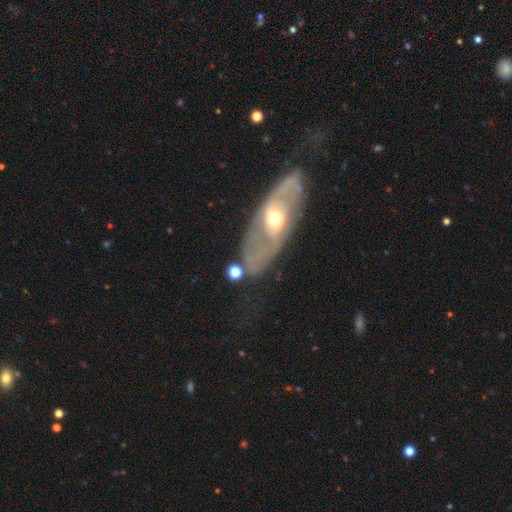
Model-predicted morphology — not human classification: A featured or disk galaxy (72%) with no bar (58%), spiral arms (59%) and a moderate central bulge (60%).

Vote fractions:
- Smooth or featured? featured or disk: 72% / smooth: 20% / star or artifact: 7%
- Edge-on disk? no: 83% / yes: 17%
- Bar? no: 58% / weak: 29% / strong: 13%
- Spiral arms? yes: 59% / no: 41%
- Bulge size? moderate: 60% / small: 33% / large: 4% / dominant: 1% / none: 1%
- Merging? none: 68% / minor disturbance: 17% / major disturbance: 10% / merger: 5%